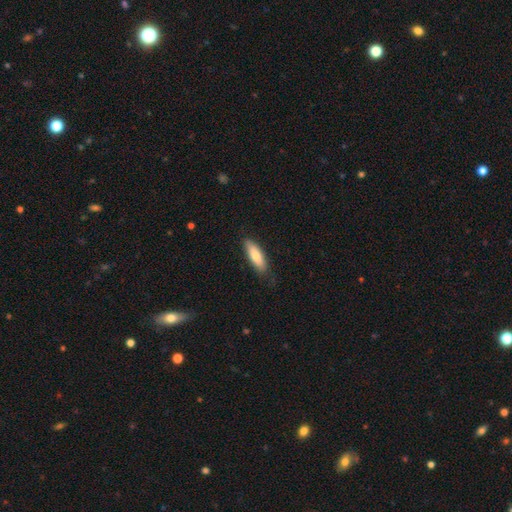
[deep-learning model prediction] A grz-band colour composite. It shows a smooth galaxy with no disk features (79%) that is cigar-shaped (50%). Merging: none (82%).